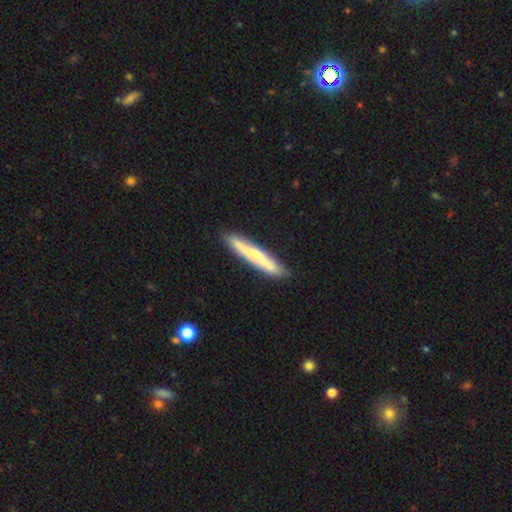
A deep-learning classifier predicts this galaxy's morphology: A smooth galaxy with no disk features (62%) that is cigar-shaped (94%).

Vote fractions:
- Smooth or featured? smooth: 62% / featured or disk: 32% / star or artifact: 6%
- How rounded? cigar-shaped: 94% / in between: 4% / round: 1%
- Merging? none: 87% / minor disturbance: 9% / major disturbance: 2% / merger: 1%